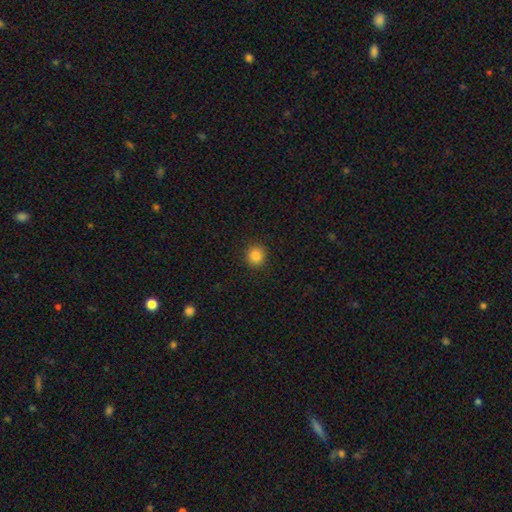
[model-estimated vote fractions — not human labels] This is clearly a smooth galaxy (85%). How rounded: clearly round (89%). Merging: clearly none (92%).